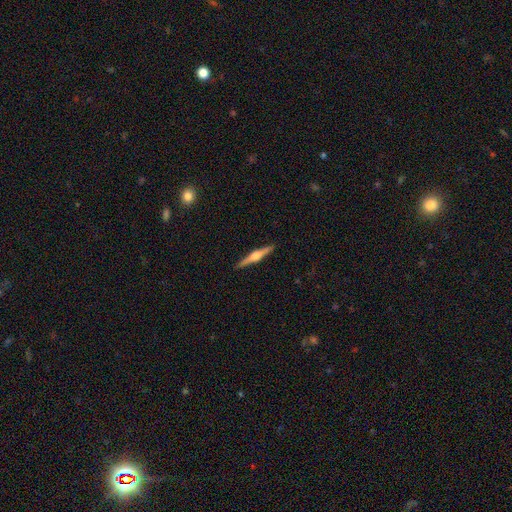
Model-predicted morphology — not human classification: Smooth or featured?
  - featured or disk: 75% *
  - smooth: 20%
  - star or artifact: 5%
Edge-on disk?
  - yes: 98% *
  - no: 2%
Edge-on bulge?
  - rounded: 90% *
  - boxy: 7%
  - none: 3%
Merging?
  - none: 92% *
  - minor disturbance: 6%
  - major disturbance: 1%
  - merger: 1%